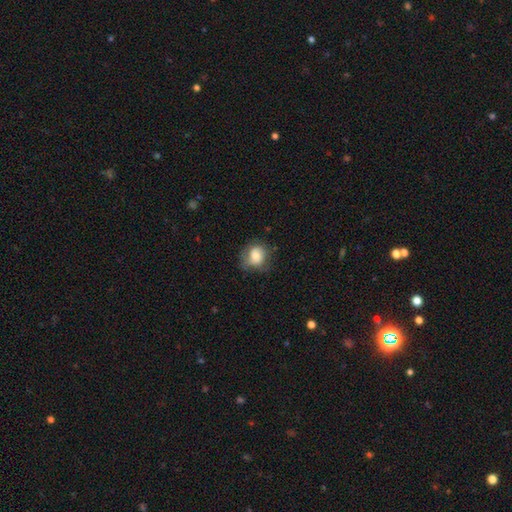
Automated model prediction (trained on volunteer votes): This appears to be a smooth galaxy with no disk features (74%) that is round (68%). Merging: none (61%).